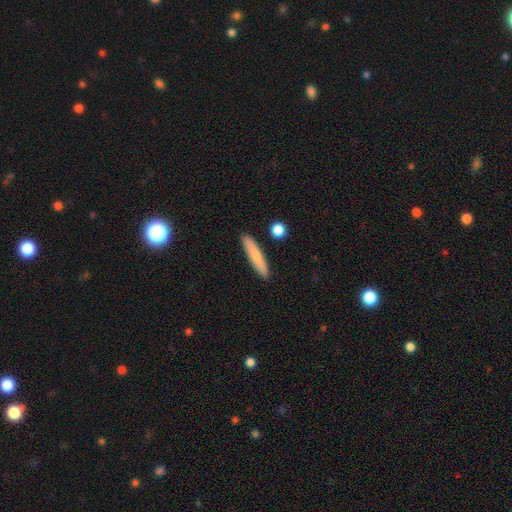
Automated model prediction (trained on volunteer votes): A smooth galaxy with no disk features (73%) that is cigar-shaped (88%). Merging: none (89%).